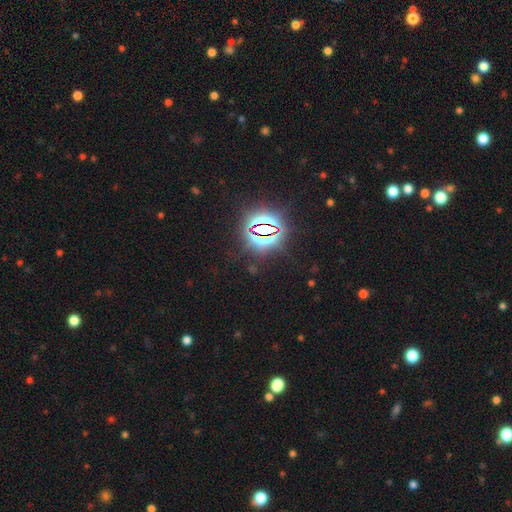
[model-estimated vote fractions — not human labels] Smooth or featured?
  - star or artifact: 85% *
  - smooth: 9%
  - featured or disk: 6%